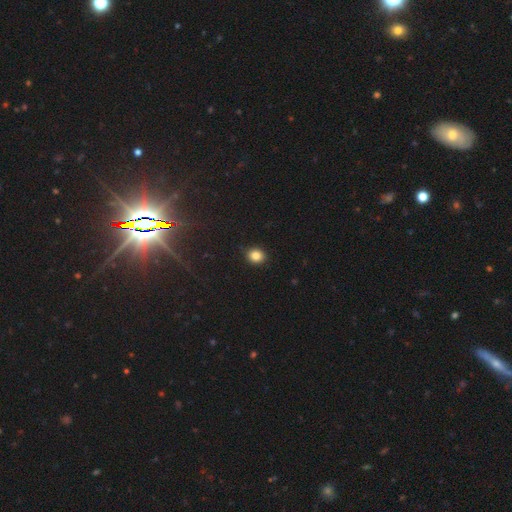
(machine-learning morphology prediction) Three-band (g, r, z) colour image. It shows a smooth galaxy with no disk features (84%) that is round (74%). Merging: none (89%).